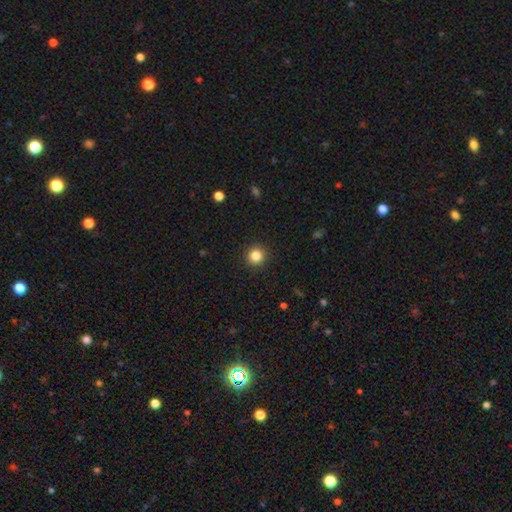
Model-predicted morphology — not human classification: type=smooth (84%); roundness=round (95%); merging=none (92%).